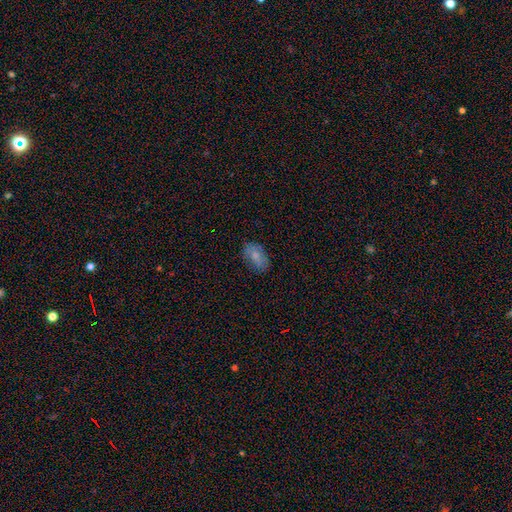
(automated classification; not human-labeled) Q: Smooth or featured?
A: smooth (76%); runner-up: featured or disk (15%)
Q: How rounded?
A: in between (91%); runner-up: round (7%)
Q: Merging?
A: none (77%); runner-up: minor disturbance (17%)